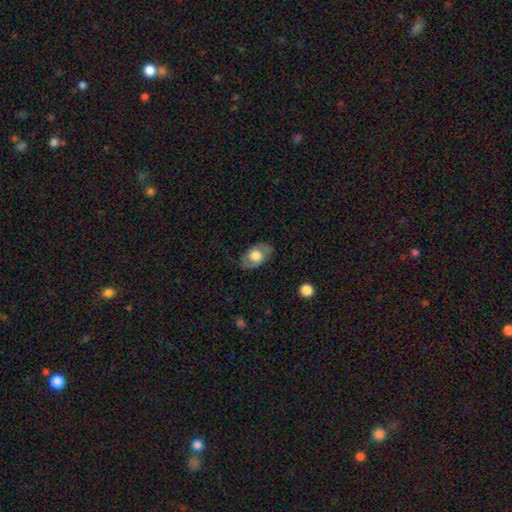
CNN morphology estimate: smooth 58%, featured or disk 36%, star or artifact 7%. Down the decision tree: how rounded — in between (84%); merging — none (75%).